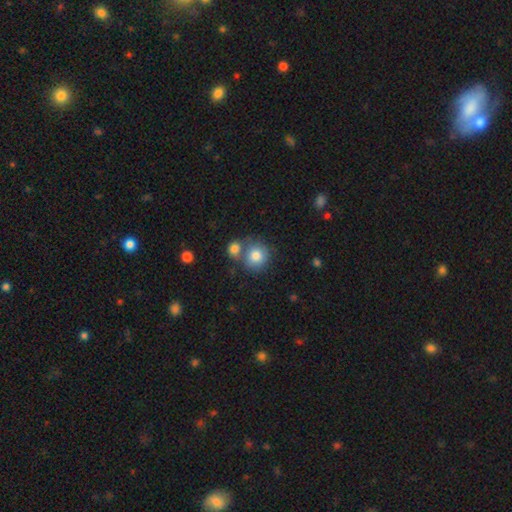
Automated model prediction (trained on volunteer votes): smooth_or_featured: smooth (p=0.81) [alt: featured or disk p=0.10]
how_rounded: round (p=0.87) [alt: in between p=0.12]
merging: none (p=0.54) [alt: merger p=0.32]